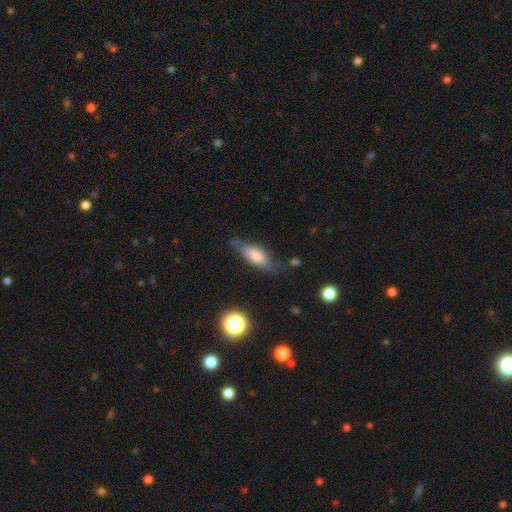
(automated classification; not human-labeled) Smooth or featured: smooth — 60% (featured or disk — 31%)
How rounded: in between — 66% (cigar-shaped — 31%)
Merging: none — 64% (minor disturbance — 25%)